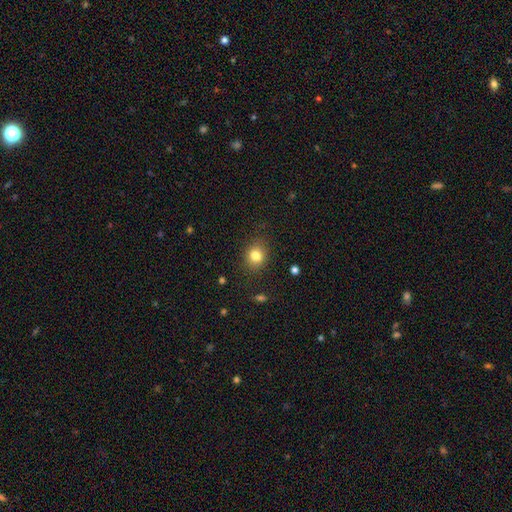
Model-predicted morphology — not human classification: A smooth galaxy with no disk features (81%) that is round (67%). Merging: none (85%).